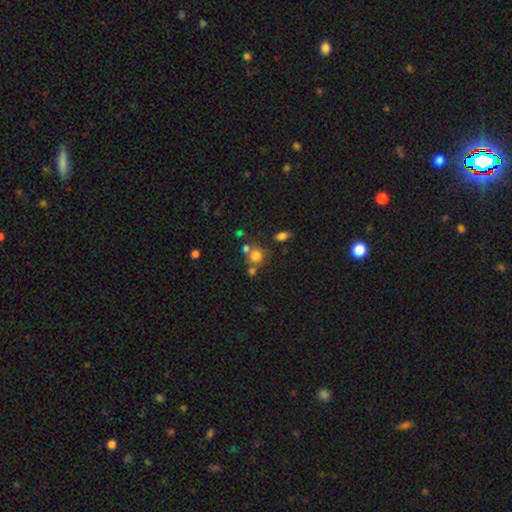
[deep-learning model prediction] Morphology: type=smooth (75%); roundness=round (82%); merging=none (56%).